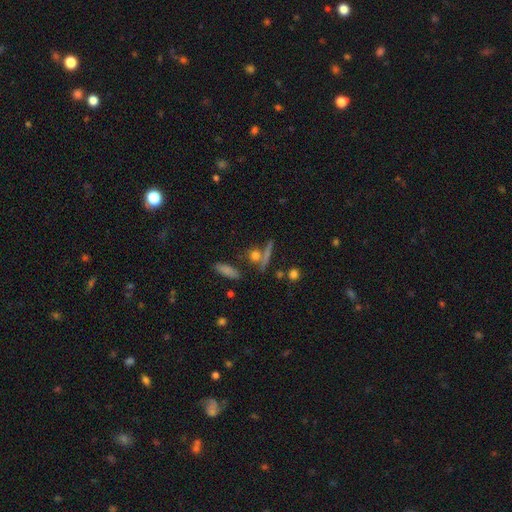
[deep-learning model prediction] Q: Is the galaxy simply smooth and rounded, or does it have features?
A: smooth — 59%.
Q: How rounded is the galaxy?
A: round — 45%.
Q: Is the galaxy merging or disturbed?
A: none — 68%.